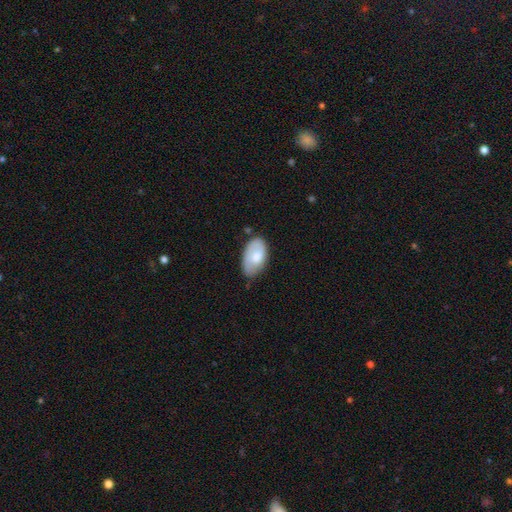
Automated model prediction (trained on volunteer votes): Smooth or featured? smooth (64%)
How rounded? in between (94%)
Merging? none (60%)